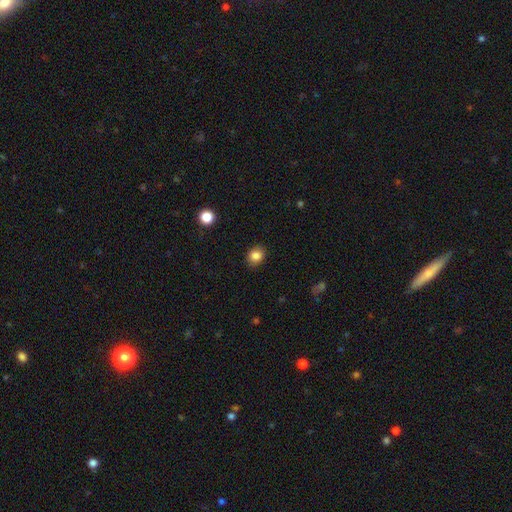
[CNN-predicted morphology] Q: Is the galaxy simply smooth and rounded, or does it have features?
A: smooth — 85%.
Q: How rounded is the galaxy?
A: round — 57%.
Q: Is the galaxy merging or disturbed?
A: none — 87%.